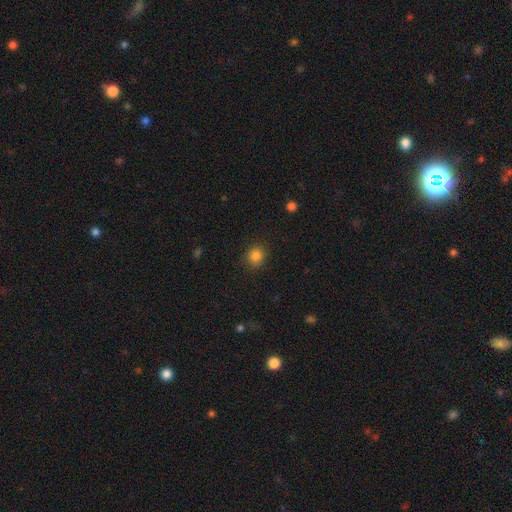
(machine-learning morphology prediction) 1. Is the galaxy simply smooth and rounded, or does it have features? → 84% smooth, 12% star or artifact, 4% featured or disk.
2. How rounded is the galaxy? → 84% round, 15% in between, 1% cigar-shaped.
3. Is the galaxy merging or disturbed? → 86% none, 9% minor disturbance, 3% major disturbance, 1% merger.